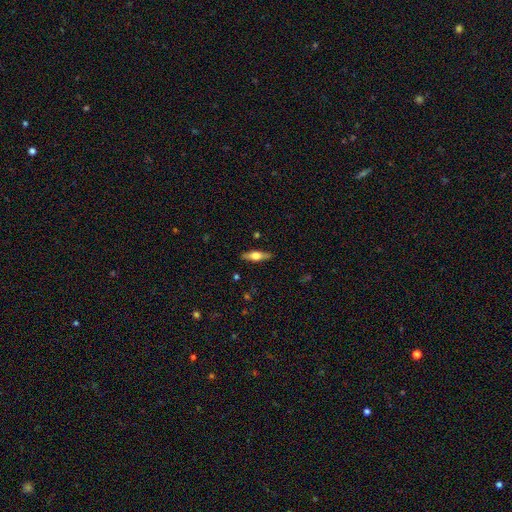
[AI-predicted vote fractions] featured or disk 49%, smooth 45%, star or artifact 6%. Down the decision tree: merging — none (87%).